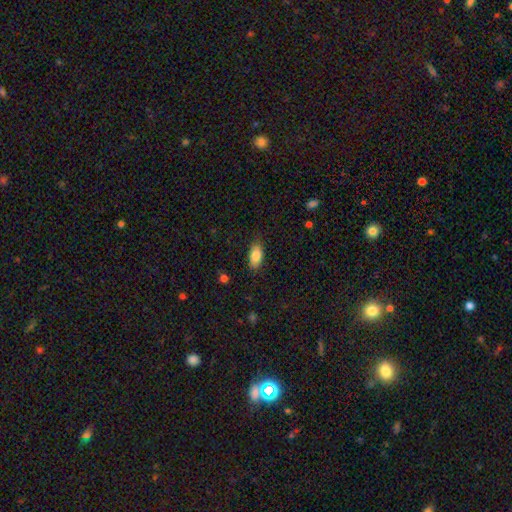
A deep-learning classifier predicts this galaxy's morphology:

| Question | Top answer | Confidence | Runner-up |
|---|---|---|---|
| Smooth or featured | smooth | 85% | featured or disk (8%) |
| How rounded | in between | 89% | cigar-shaped (8%) |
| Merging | none | 82% | minor disturbance (14%) |